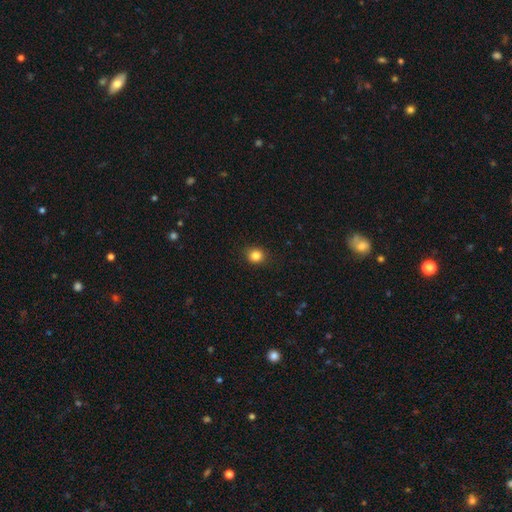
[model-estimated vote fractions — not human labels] smooth-or-featured: smooth: 84% | star or artifact: 11% | featured or disk: 5%
  how-rounded: round: 83% | in between: 16% | cigar-shaped: 1%
  merging: none: 90% | minor disturbance: 7% | major disturbance: 2% | merger: 1%